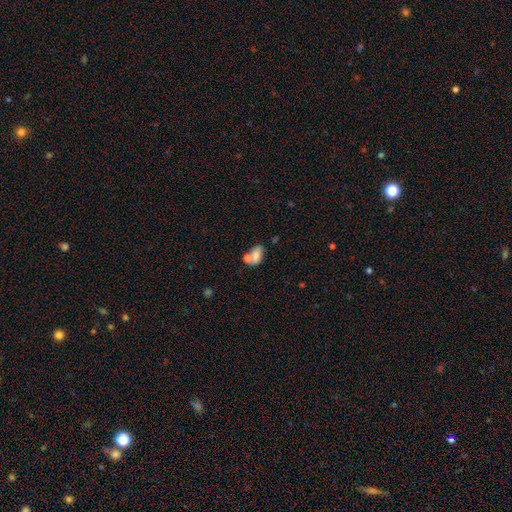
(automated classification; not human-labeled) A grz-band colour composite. It shows a smooth galaxy with no disk features (71%) that is in between round and cigar-shaped (85%). Merging: merger (43%).